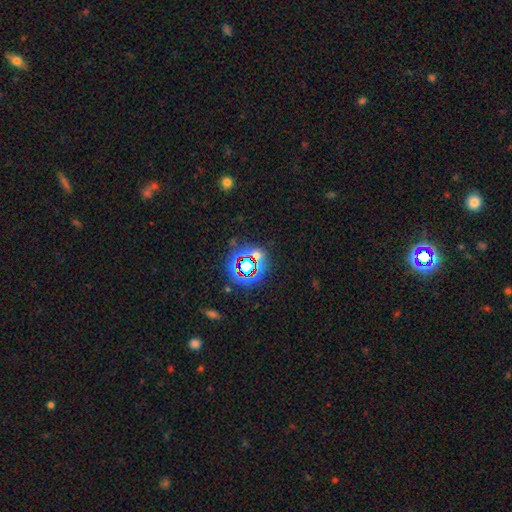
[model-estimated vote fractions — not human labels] star or artifact 63%, smooth 27%, featured or disk 11%.